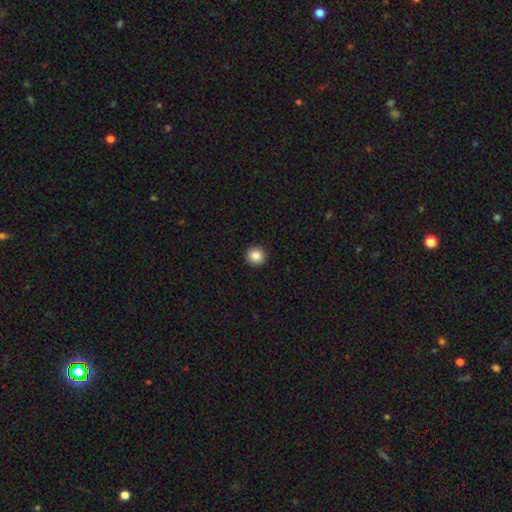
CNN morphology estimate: A smooth galaxy with no disk features (85%) that is round (95%). Merging: none (93%).